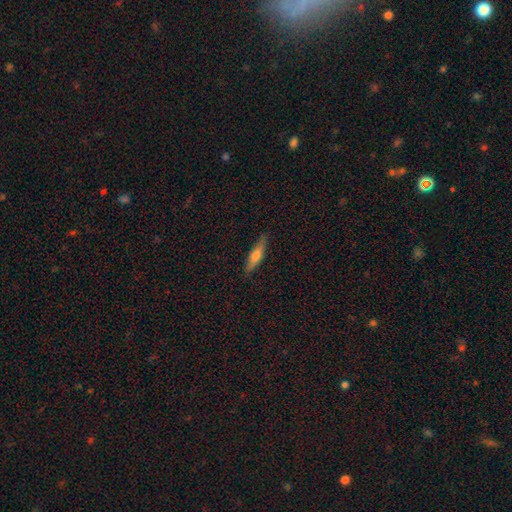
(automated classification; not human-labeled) Overall: smooth (49%; featured or disk 44%). Merging: none (88%).